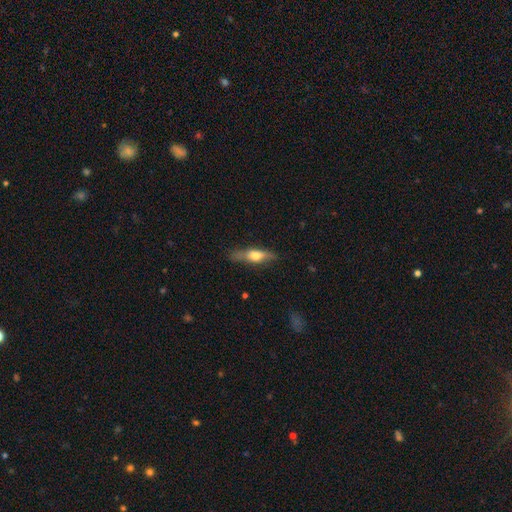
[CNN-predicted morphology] smooth_or_featured: featured or disk (p=0.47) [alt: smooth p=0.46]
merging: none (p=0.74) [alt: minor disturbance p=0.19]